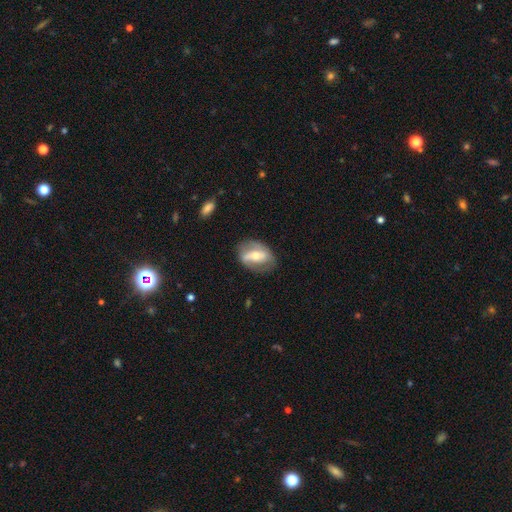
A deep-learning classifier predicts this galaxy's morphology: The model was most divided on "spiral arms": yes: 60%, no: 40%. More confident: edge-on disk — no (91%); merging — none (72%); smooth or featured — featured or disk (67%); bulge size — moderate (61%); bar — strong (52%).